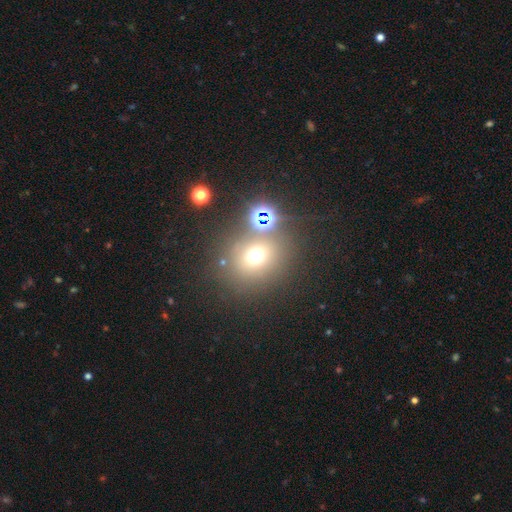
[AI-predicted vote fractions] A smooth galaxy with no disk features (61%) that is round (78%). Merging: none (69%).